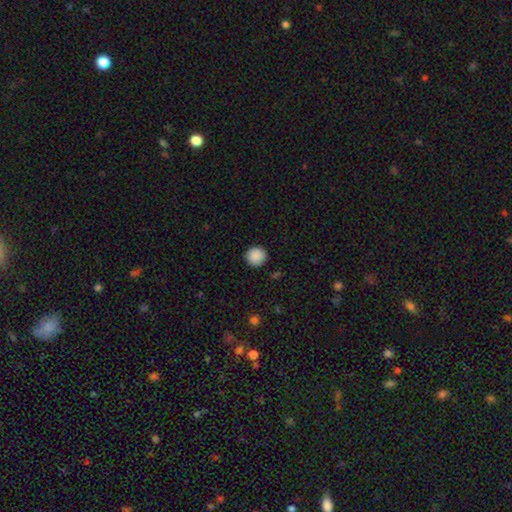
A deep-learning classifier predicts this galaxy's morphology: This is clearly a smooth galaxy (89%). How rounded: clearly round (95%). Merging: clearly none (91%).